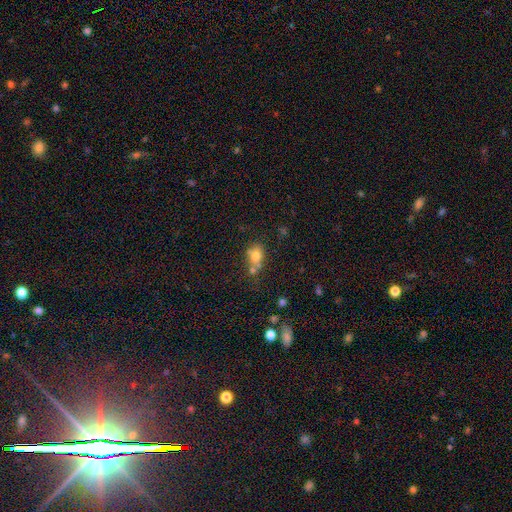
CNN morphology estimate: A smooth galaxy with no disk features (73%) that is round (51%).

Vote fractions:
- Smooth or featured? smooth: 73% / featured or disk: 14% / star or artifact: 13%
- How rounded? round: 51% / in between: 47% / cigar-shaped: 2%
- Merging? none: 44% / merger: 35% / minor disturbance: 15% / major disturbance: 6%